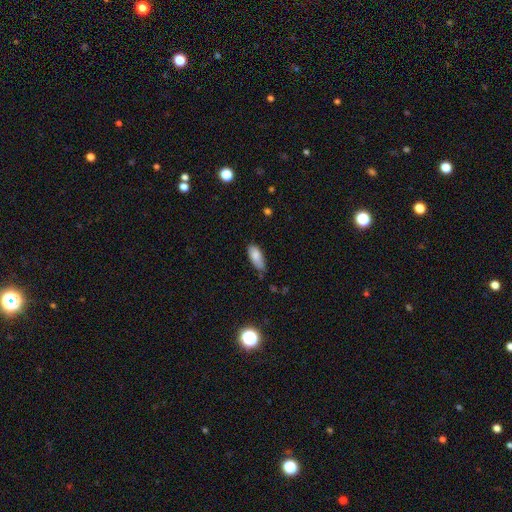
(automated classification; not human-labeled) The model was most divided on "merging": none: 59%, minor disturbance: 33%, major disturbance: 5%, merger: 3%. More confident: smooth or featured — smooth (84%); how rounded — in between (82%).